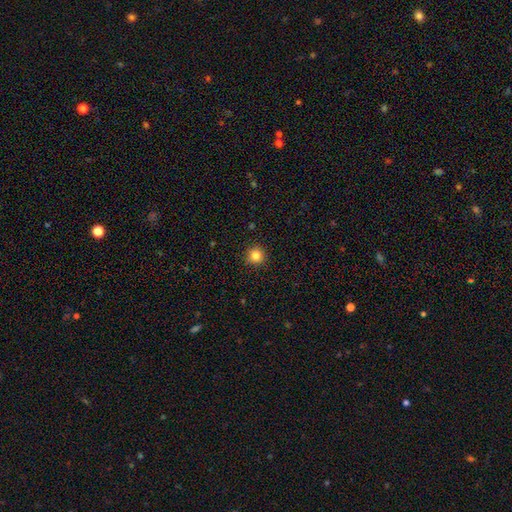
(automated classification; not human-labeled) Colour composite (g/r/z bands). It shows a smooth galaxy with no disk features (84%) that is round (94%). Merging: none (90%).